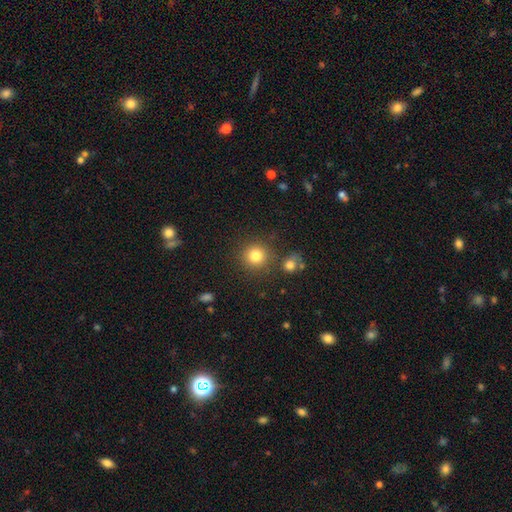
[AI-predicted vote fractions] A smooth galaxy with no disk features (81%) that is round (92%).

Vote fractions:
- Smooth or featured? smooth: 81% / star or artifact: 12% / featured or disk: 7%
- How rounded? round: 92% / in between: 7% / cigar-shaped: 1%
- Merging? none: 82% / minor disturbance: 8% / merger: 7% / major disturbance: 3%